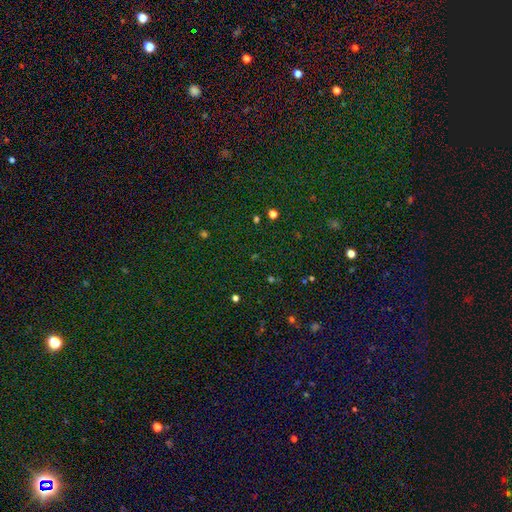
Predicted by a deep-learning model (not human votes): smooth-or-featured: star or artifact: 78% | smooth: 15% | featured or disk: 7%